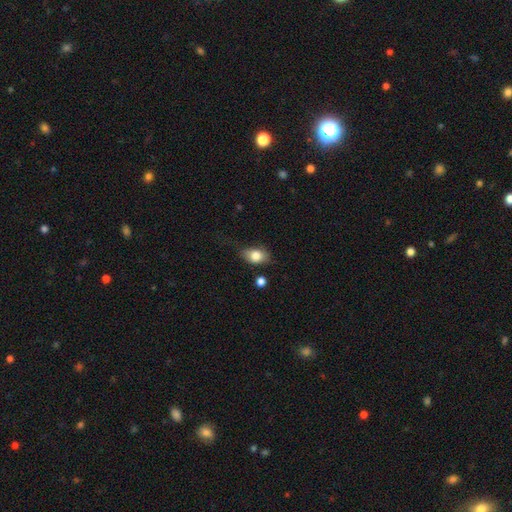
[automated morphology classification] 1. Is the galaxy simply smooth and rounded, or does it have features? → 80% smooth, 12% featured or disk, 8% star or artifact.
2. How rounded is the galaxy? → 79% in between, 19% round, 2% cigar-shaped.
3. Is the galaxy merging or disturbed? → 65% none, 24% minor disturbance, 7% major disturbance, 4% merger.